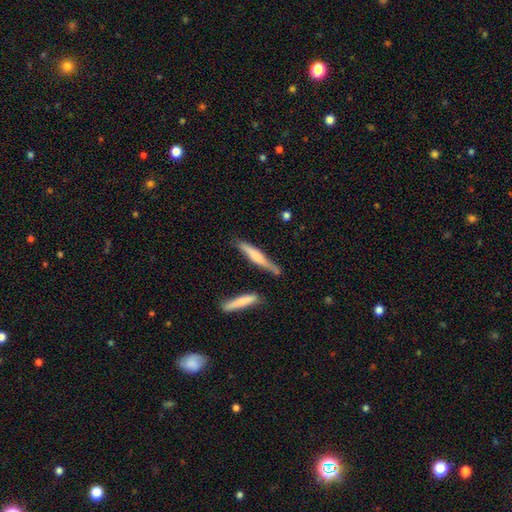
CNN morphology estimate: Smooth or featured? Predicted: smooth (p=0.56). How rounded? Predicted: cigar-shaped (p=0.91). Merging? Predicted: none (p=0.67).